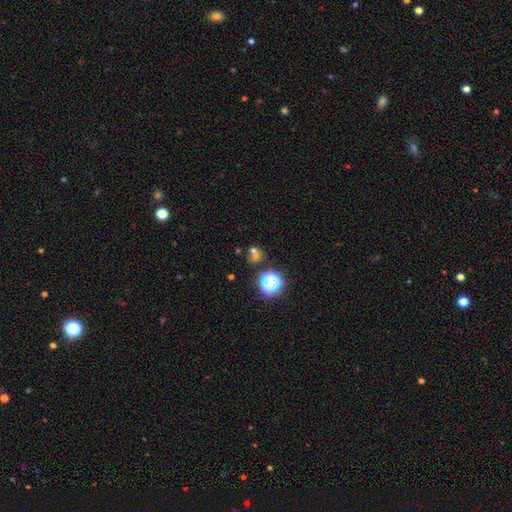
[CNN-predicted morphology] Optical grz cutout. It shows a smooth galaxy with no disk features (45%). Merging: none (48%).